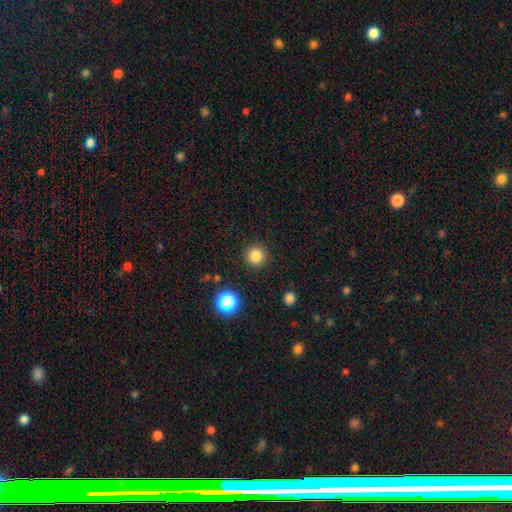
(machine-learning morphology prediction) Smooth or featured: smooth — 83% (star or artifact — 12%)
How rounded: round — 95% (in between — 4%)
Merging: none — 91% (minor disturbance — 5%)